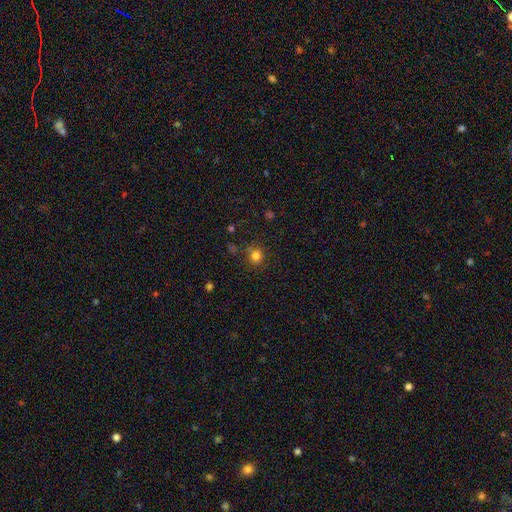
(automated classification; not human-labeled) The model was most divided on "smooth or featured": smooth: 80%, star or artifact: 14%, featured or disk: 5%. More confident: how rounded — round (89%); merging — none (79%).